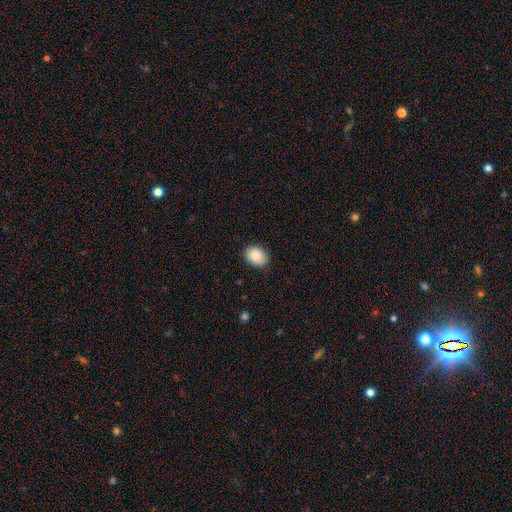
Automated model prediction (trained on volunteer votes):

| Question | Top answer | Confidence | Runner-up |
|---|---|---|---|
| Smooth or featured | smooth | 85% | featured or disk (8%) |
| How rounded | in between | 69% | round (30%) |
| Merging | none | 88% | minor disturbance (9%) |